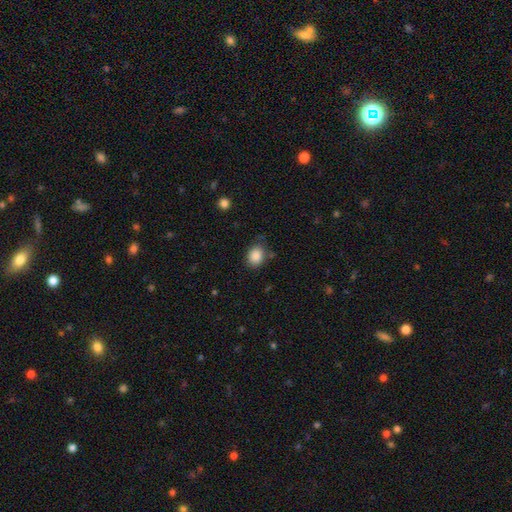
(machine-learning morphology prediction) Q: Smooth or featured?
A: smooth (87%); runner-up: star or artifact (9%)
Q: How rounded?
A: in between (53%); runner-up: round (46%)
Q: Merging?
A: none (75%); runner-up: minor disturbance (17%)